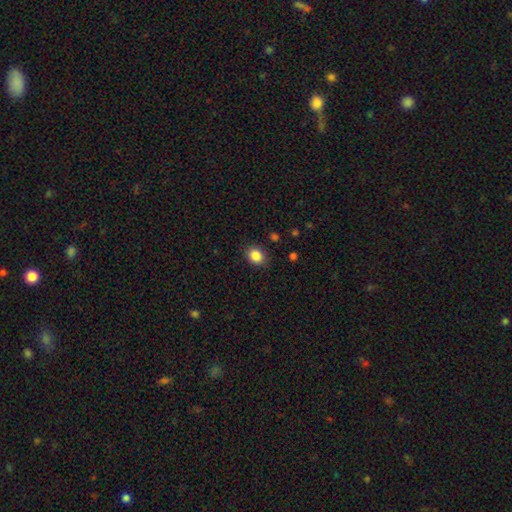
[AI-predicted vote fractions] Smooth or featured? Predicted: smooth (p=0.86). How rounded? Predicted: round (p=0.51). Merging? Predicted: none (p=0.88).